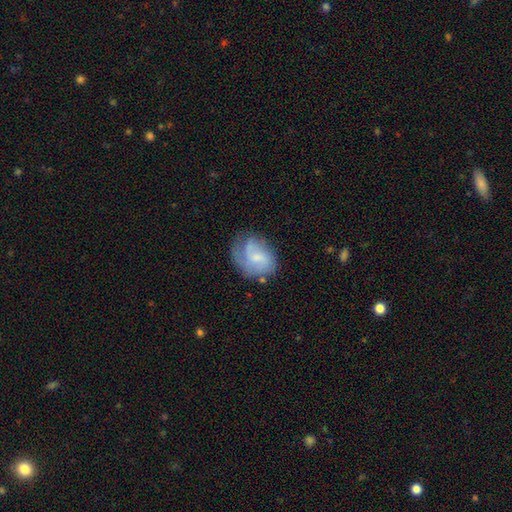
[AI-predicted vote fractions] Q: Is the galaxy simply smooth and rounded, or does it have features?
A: featured or disk — 50%.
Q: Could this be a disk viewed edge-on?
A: no — 97%.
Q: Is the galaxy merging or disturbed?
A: none — 47%.